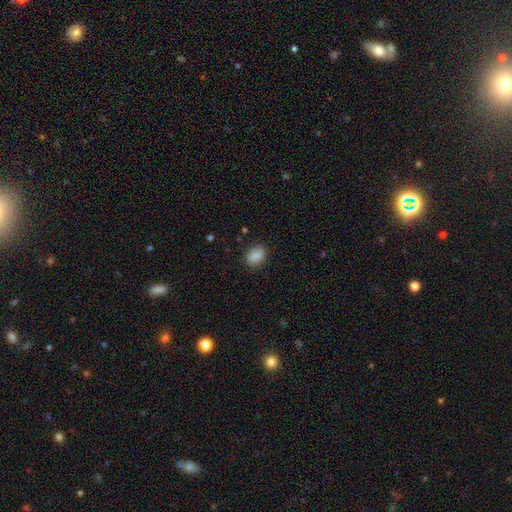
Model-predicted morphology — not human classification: Q: Smooth or featured?
A: smooth (88%); runner-up: star or artifact (8%)
Q: How rounded?
A: in between (81%); runner-up: round (17%)
Q: Merging?
A: none (85%); runner-up: minor disturbance (11%)